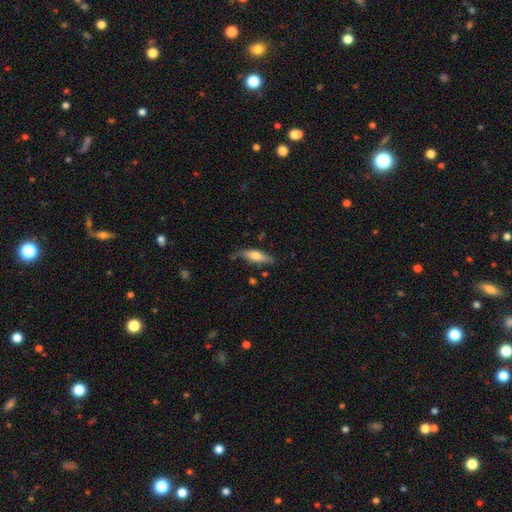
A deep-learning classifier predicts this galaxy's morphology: A smooth galaxy with no disk features (60%) that is cigar-shaped (55%).

Vote fractions:
- Smooth or featured? smooth: 60% / featured or disk: 34% / star or artifact: 6%
- How rounded? cigar-shaped: 55% / in between: 43% / round: 2%
- Merging? none: 72% / minor disturbance: 20% / major disturbance: 4% / merger: 3%